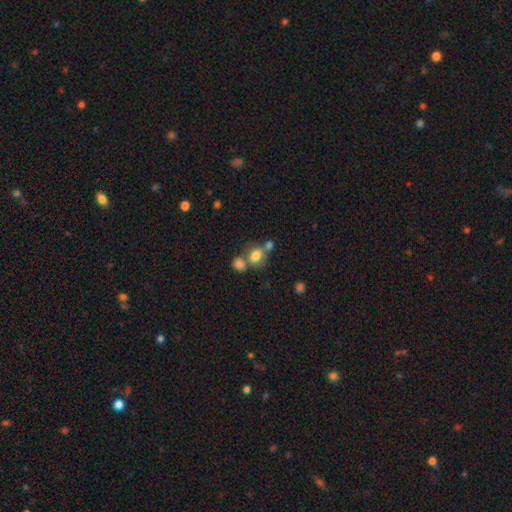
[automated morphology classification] This is likely a smooth galaxy (77%). How rounded: possibly round (50%). Merging: marginally none (41%).